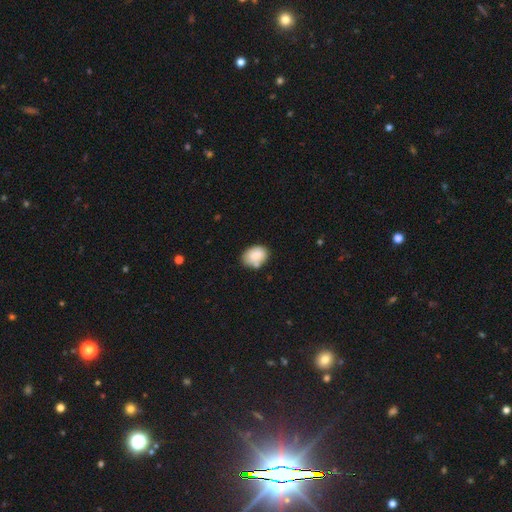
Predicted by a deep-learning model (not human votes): The model was most divided on "merging": none: 59%, minor disturbance: 22%, merger: 13%, major disturbance: 5%. More confident: smooth or featured — smooth (81%); how rounded — in between (72%).